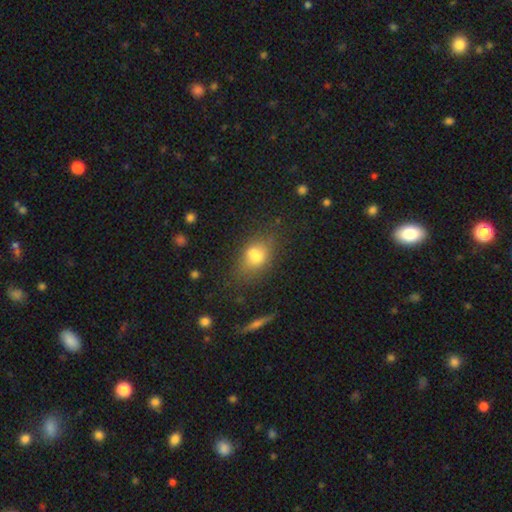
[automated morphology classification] smooth-or-featured: smooth: 64% | featured or disk: 23% | star or artifact: 13%
  how-rounded: in between: 71% | round: 25% | cigar-shaped: 3%
  merging: none: 46% | merger: 25% | minor disturbance: 19% | major disturbance: 10%